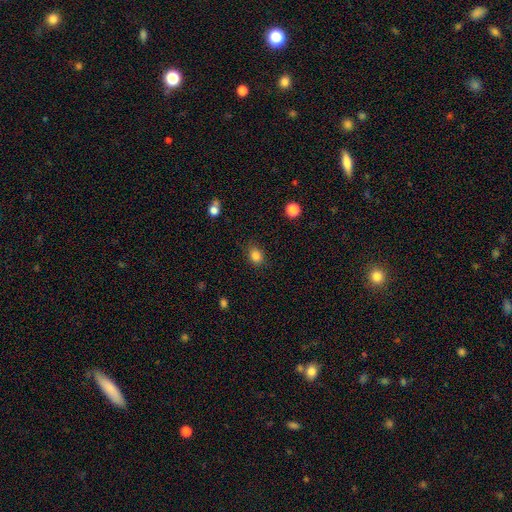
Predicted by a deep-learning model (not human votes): This appears to be a smooth galaxy with no disk features (85%) that is round (53%). Merging: none (84%).